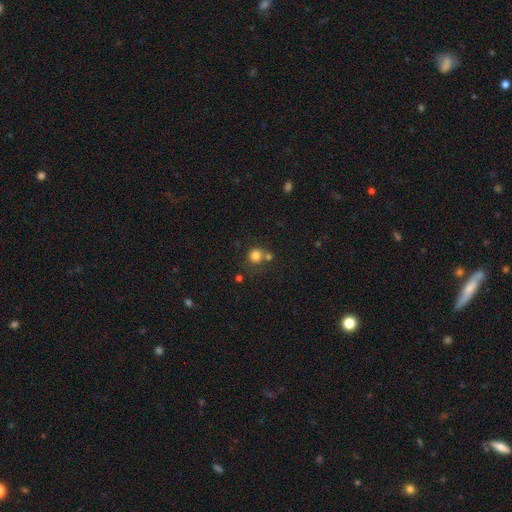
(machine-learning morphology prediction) A smooth galaxy with no disk features (81%) that is round (90%).

Vote fractions:
- Smooth or featured? smooth: 81% / star or artifact: 13% / featured or disk: 7%
- How rounded? round: 90% / in between: 9% / cigar-shaped: 1%
- Merging? none: 62% / merger: 23% / minor disturbance: 11% / major disturbance: 5%